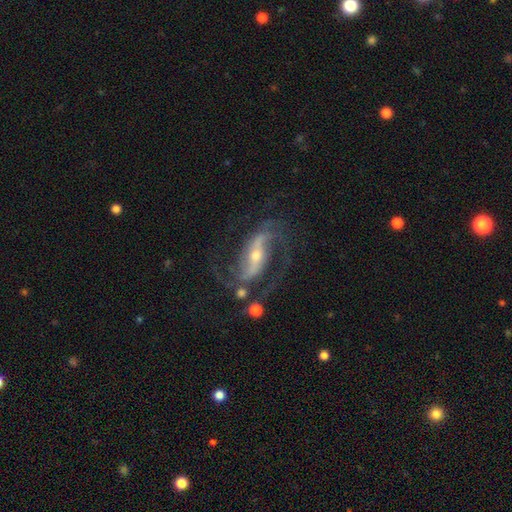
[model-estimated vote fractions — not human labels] Smooth or featured: featured or disk — 89% (star or artifact — 6%)
Edge-on disk: no — 95% (yes — 5%)
Bar: strong — 60% (weak — 26%)
Spiral arms: yes — 96% (no — 4%)
Spiral winding: medium — 45% (loose — 41%)
Spiral arm count: 2 — 83% (3 — 6%)
Bulge size: small — 53% (moderate — 42%)
Merging: none — 63% (minor disturbance — 16%)